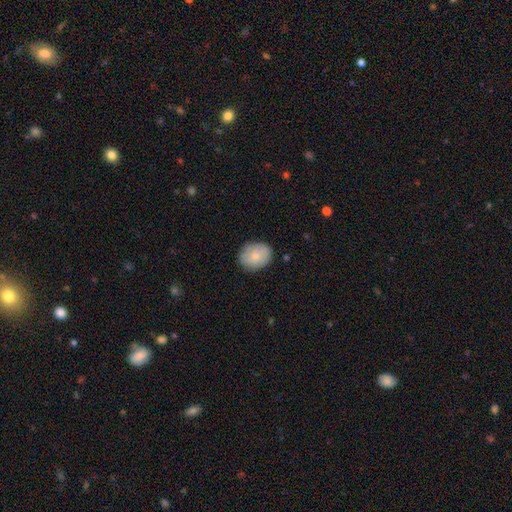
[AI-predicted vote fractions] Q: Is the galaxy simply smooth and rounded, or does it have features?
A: smooth — 78%.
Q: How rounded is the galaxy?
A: in between — 56%.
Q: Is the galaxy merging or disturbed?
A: none — 83%.